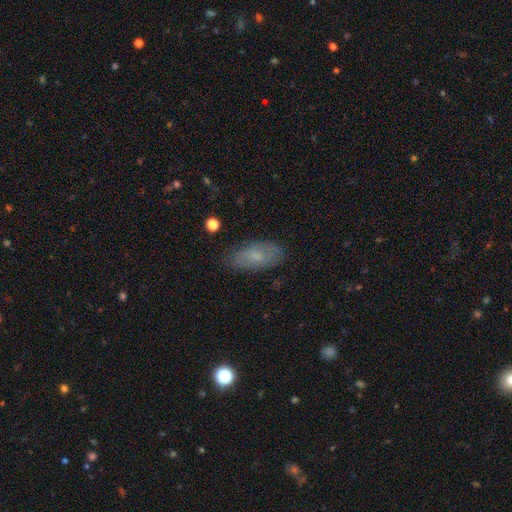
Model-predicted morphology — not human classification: Smooth or featured? Predicted: smooth (p=0.68). How rounded? Predicted: in between (p=0.90). Merging? Predicted: none (p=0.80).